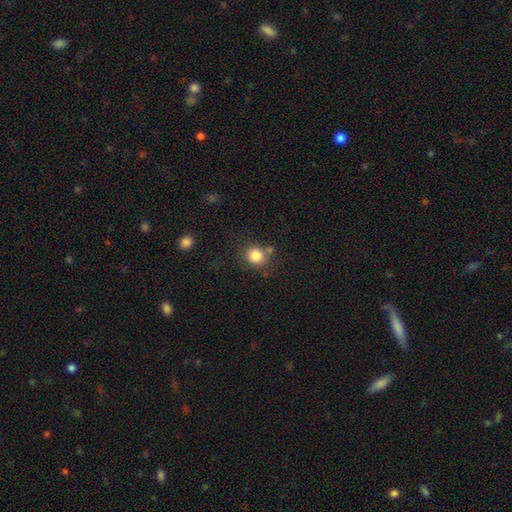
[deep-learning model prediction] Smooth or featured: smooth — 84% (star or artifact — 11%)
How rounded: round — 83% (in between — 16%)
Merging: none — 72% (minor disturbance — 13%)